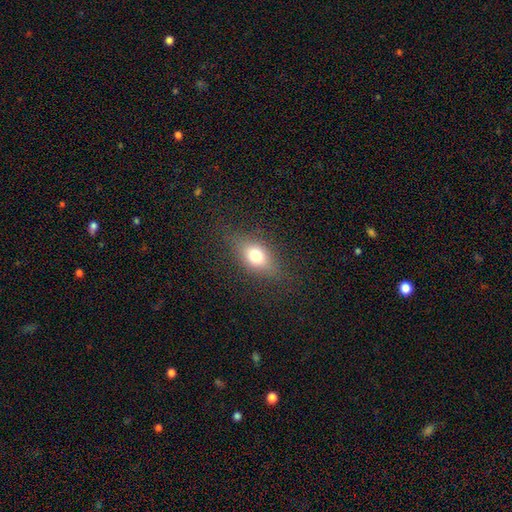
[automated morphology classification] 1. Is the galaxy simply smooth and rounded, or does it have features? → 71% smooth, 18% featured or disk, 12% star or artifact.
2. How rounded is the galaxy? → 72% in between, 20% round, 8% cigar-shaped.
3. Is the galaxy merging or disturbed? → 79% none, 14% minor disturbance, 6% major disturbance, 1% merger.